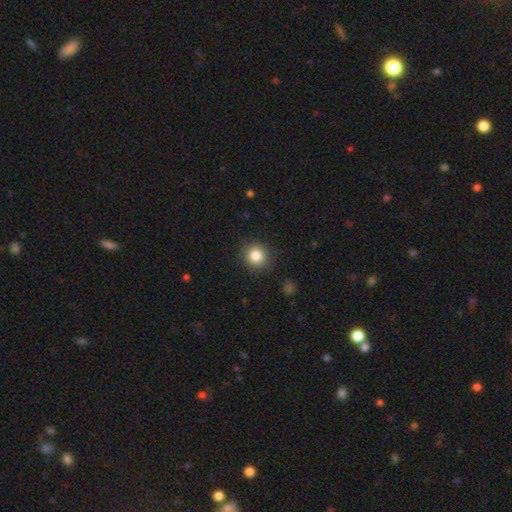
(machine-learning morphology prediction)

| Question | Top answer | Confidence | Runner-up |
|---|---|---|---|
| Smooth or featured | smooth | 84% | star or artifact (10%) |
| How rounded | round | 90% | in between (9%) |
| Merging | none | 89% | minor disturbance (8%) |